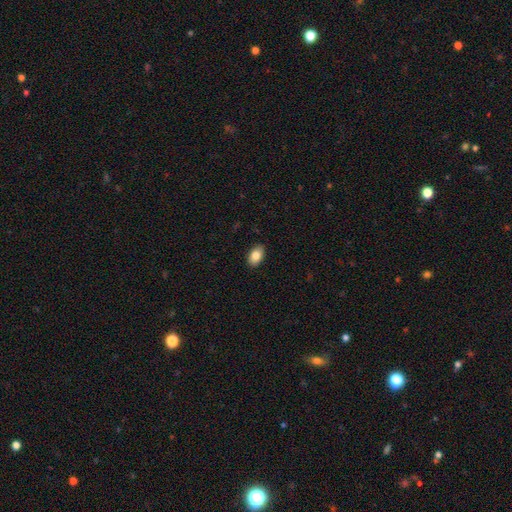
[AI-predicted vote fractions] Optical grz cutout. It shows a smooth galaxy with no disk features (84%) that is in between round and cigar-shaped (90%). Merging: none (89%).